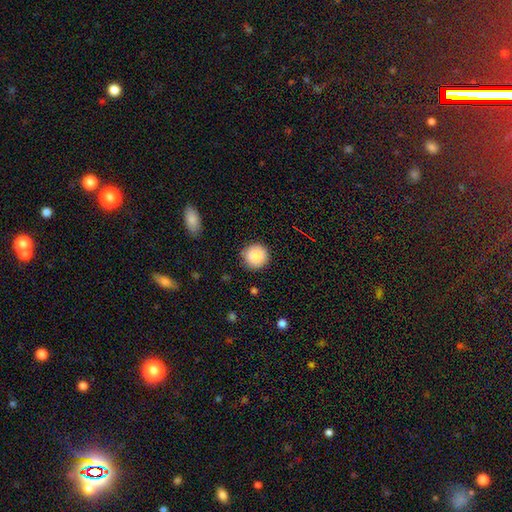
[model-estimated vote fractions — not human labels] The model was most divided on "smooth or featured": smooth: 87%, star or artifact: 8%, featured or disk: 4%. More confident: how rounded — round (95%); merging — none (88%).